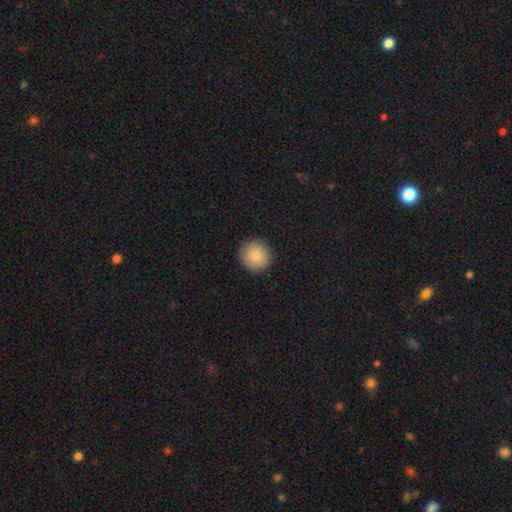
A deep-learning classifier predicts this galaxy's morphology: A smooth galaxy with no disk features (86%) that is round (94%).

Vote fractions:
- Smooth or featured? smooth: 86% / star or artifact: 8% / featured or disk: 6%
- How rounded? round: 94% / in between: 5% / cigar-shaped: 1%
- Merging? none: 91% / minor disturbance: 6% / major disturbance: 2% / merger: 1%